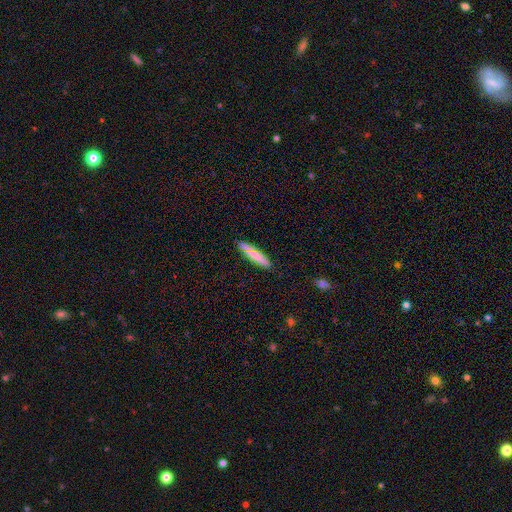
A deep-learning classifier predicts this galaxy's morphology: This appears to be a smooth galaxy with no disk features (75%) that is cigar-shaped (87%). Merging: none (85%).